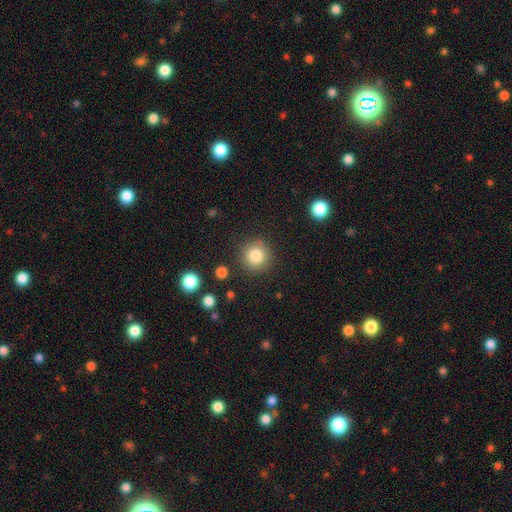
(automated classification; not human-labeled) smooth_or_featured: smooth (p=0.83) [alt: star or artifact p=0.11]
how_rounded: round (p=0.94) [alt: in between p=0.05]
merging: none (p=0.88) [alt: minor disturbance p=0.07]